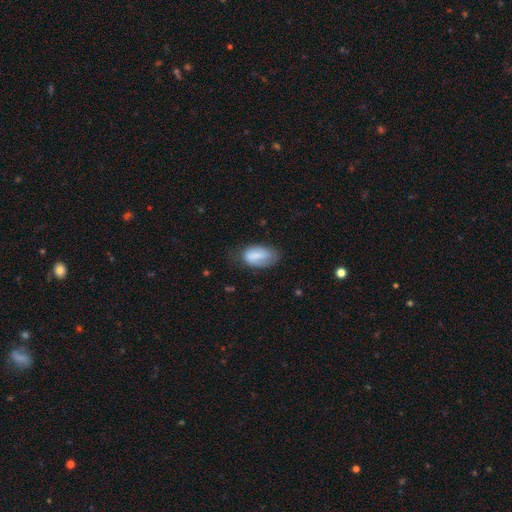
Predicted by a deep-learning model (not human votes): smooth 72%, featured or disk 21%, star or artifact 7%. Down the decision tree: how rounded — in between (92%); merging — none (55%).